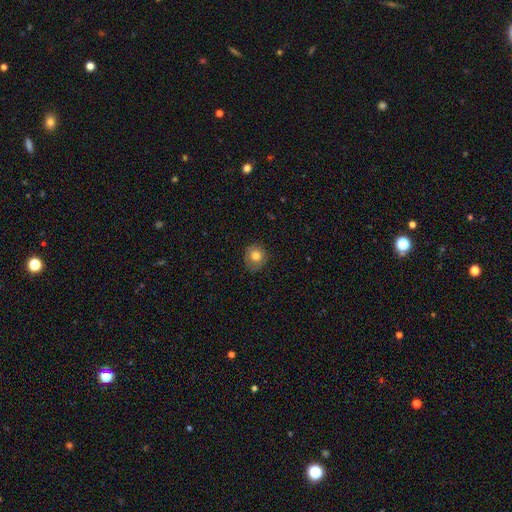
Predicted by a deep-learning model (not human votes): Morphology: type=smooth (74%); roundness=round (80%); merging=none (79%).